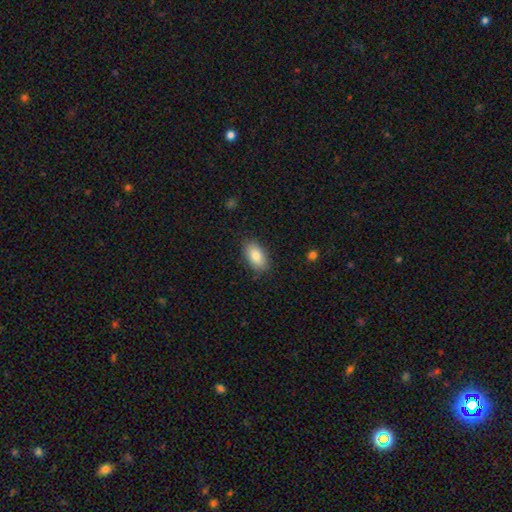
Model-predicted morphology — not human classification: A smooth galaxy with no disk features (85%) that is in between round and cigar-shaped (92%).

Vote fractions:
- Smooth or featured? smooth: 85% / featured or disk: 8% / star or artifact: 7%
- How rounded? in between: 92% / round: 5% / cigar-shaped: 3%
- Merging? none: 85% / minor disturbance: 12% / major disturbance: 3% / merger: 1%